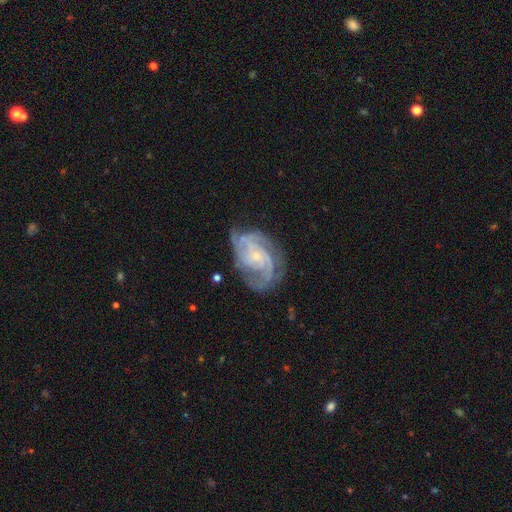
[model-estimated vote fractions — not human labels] smooth-or-featured: featured or disk: 86% | smooth: 7% | star or artifact: 7%
  disk-edge-on: no: 98% | yes: 2%
    bar: no: 65% | weak: 28% | strong: 6%
    has-spiral-arms: yes: 97% | no: 3%
      spiral-winding: tight: 48% | medium: 43% | loose: 10%
      spiral-arm-count: 3: 33% | 2: 24% | can't tell: 19% | 4: 12% | more than 4: 6% | 1: 6%
    bulge-size: small: 74% | moderate: 18% | none: 6% | large: 1% | dominant: 1%
  merging: none: 67% | minor disturbance: 21% | major disturbance: 10% | merger: 2%